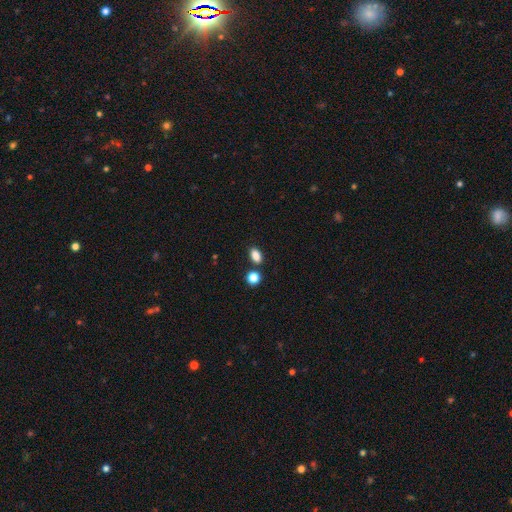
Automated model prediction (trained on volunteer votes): Smooth or featured? smooth (85%)
How rounded? in between (84%)
Merging? none (79%)